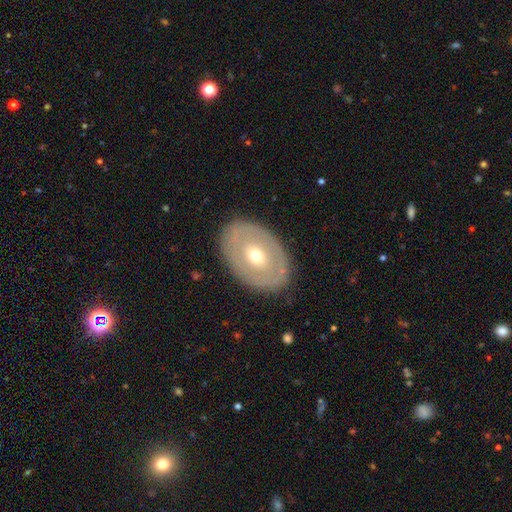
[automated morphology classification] A featured or disk galaxy (55%).

Vote fractions:
- Smooth or featured? featured or disk: 55% / smooth: 38% / star or artifact: 6%
- Edge-on disk? no: 90% / yes: 10%
- Merging? none: 86% / minor disturbance: 10% / major disturbance: 3% / merger: 1%